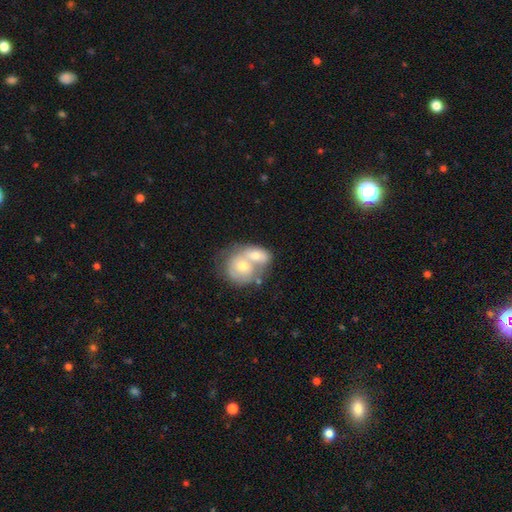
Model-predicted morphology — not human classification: smooth-or-featured: smooth: 60% | featured or disk: 35% | star or artifact: 6%
  how-rounded: round: 52% | in between: 46% | cigar-shaped: 2%
  merging: merger: 76% | none: 14% | minor disturbance: 6% | major disturbance: 4%